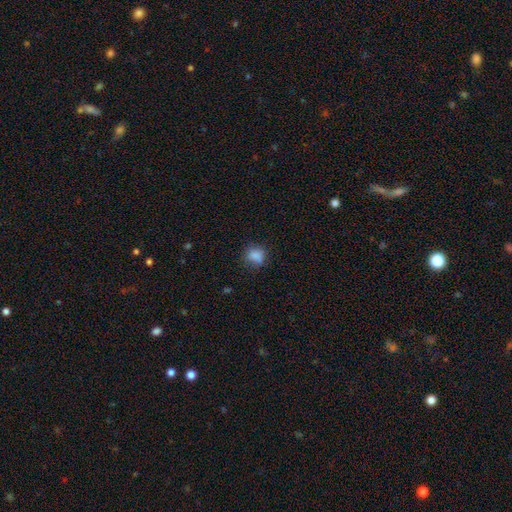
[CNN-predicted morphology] Smooth or featured: smooth — 83% (star or artifact — 11%)
How rounded: round — 73% (in between — 26%)
Merging: none — 70% (minor disturbance — 20%)